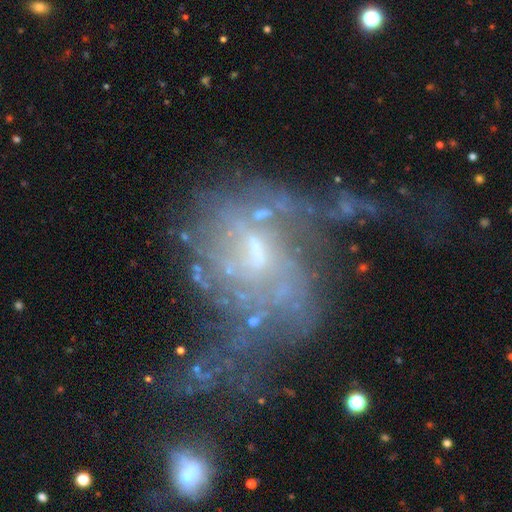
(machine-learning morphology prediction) A featured or disk galaxy (72%) with no bar (54%), spiral arms (58%) and a small central bulge (49%).

Vote fractions:
- Smooth or featured? featured or disk: 72% / smooth: 15% / star or artifact: 13%
- Edge-on disk? no: 96% / yes: 4%
- Bar? no: 54% / weak: 37% / strong: 9%
- Spiral arms? yes: 58% / no: 42%
- Bulge size? small: 49% / moderate: 33% / none: 14% / large: 3% / dominant: 1%
- Merging? major disturbance: 47% / none: 22% / merger: 17% / minor disturbance: 14%